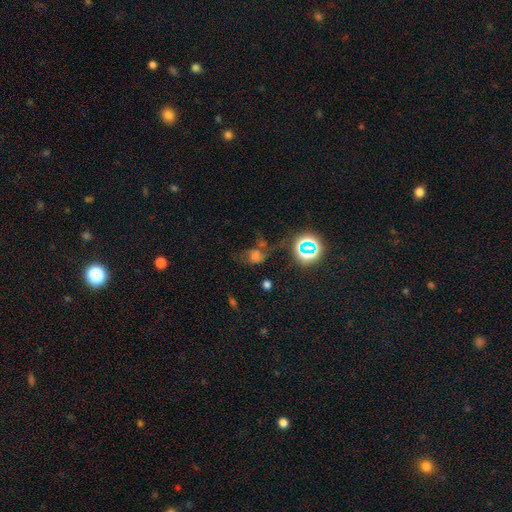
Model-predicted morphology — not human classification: type=smooth (49%); merging=none (38%).